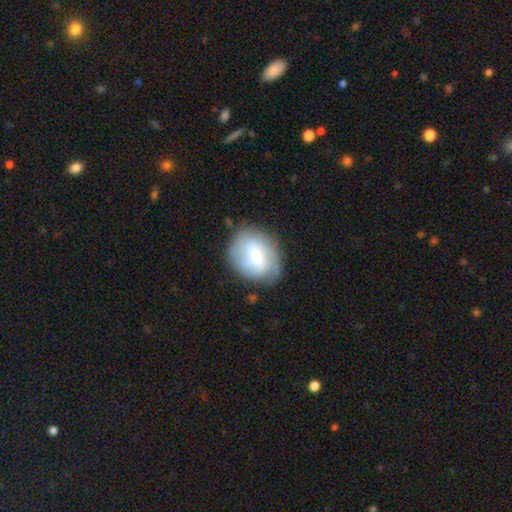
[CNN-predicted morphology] type=smooth (53%); roundness=in between (53%); merging=none (70%).